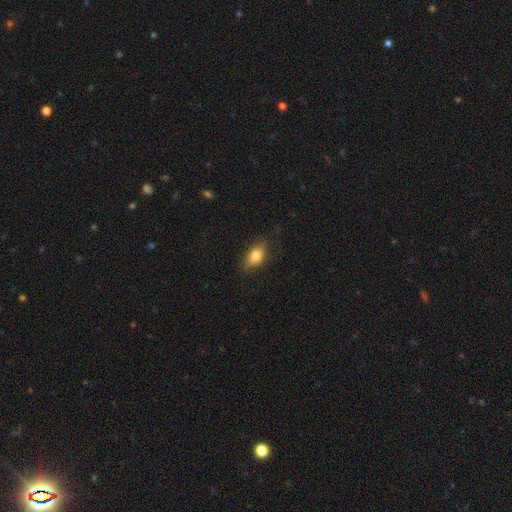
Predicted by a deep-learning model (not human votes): This appears to be a smooth galaxy with no disk features (79%) that is in between round and cigar-shaped (80%). Merging: none (74%).